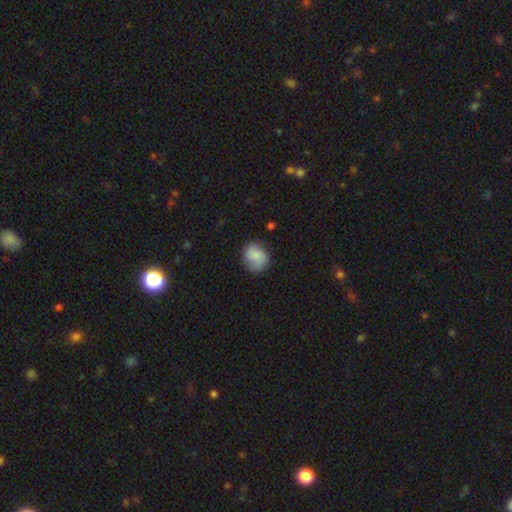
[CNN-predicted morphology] Overall: smooth (79%). How rounded: round (60%; in between 39%). Merging: none (70%).